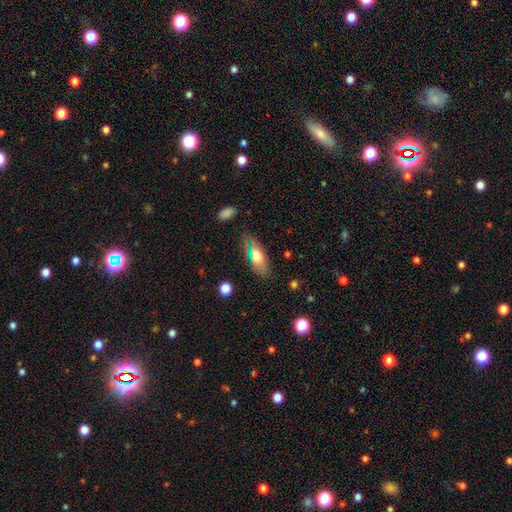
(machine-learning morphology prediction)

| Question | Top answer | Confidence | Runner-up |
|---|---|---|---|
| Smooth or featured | smooth | 65% | featured or disk (26%) |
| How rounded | in between | 77% | cigar-shaped (19%) |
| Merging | none | 79% | minor disturbance (14%) |